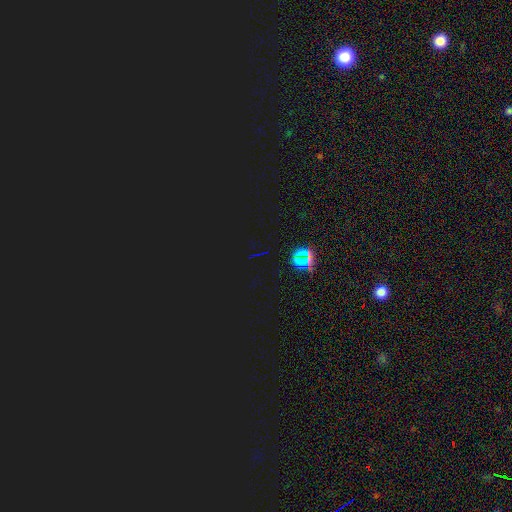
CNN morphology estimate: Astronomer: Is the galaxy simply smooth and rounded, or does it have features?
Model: star or artifact — 85%.